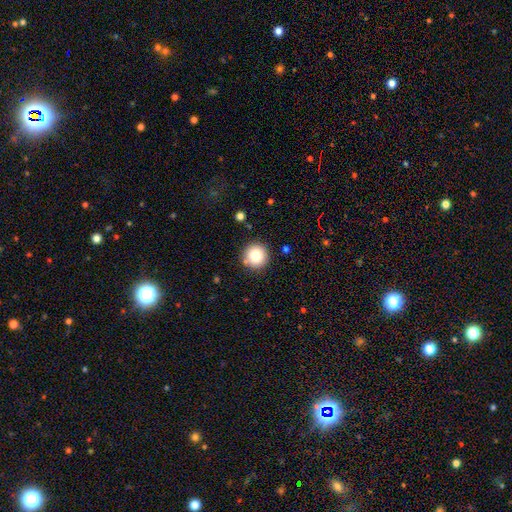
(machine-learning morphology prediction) smooth-or-featured: smooth: 82% | star or artifact: 10% | featured or disk: 7%
  how-rounded: round: 95% | in between: 4% | cigar-shaped: 1%
  merging: none: 88% | minor disturbance: 7% | merger: 3% | major disturbance: 2%